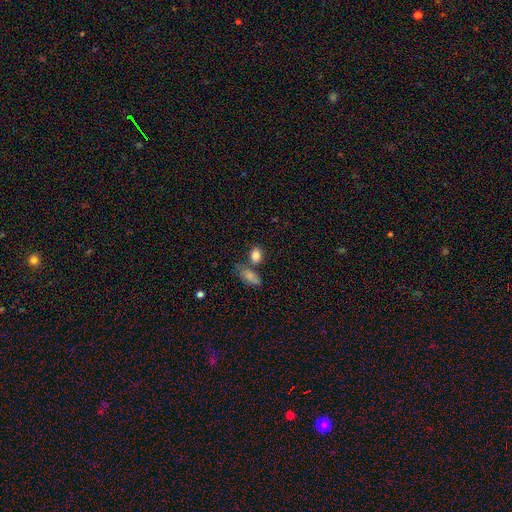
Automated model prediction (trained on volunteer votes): smooth_or_featured: smooth (p=0.84) [alt: star or artifact p=0.09]
how_rounded: in between (p=0.60) [alt: round p=0.38]
merging: none (p=0.60) [alt: merger p=0.21]